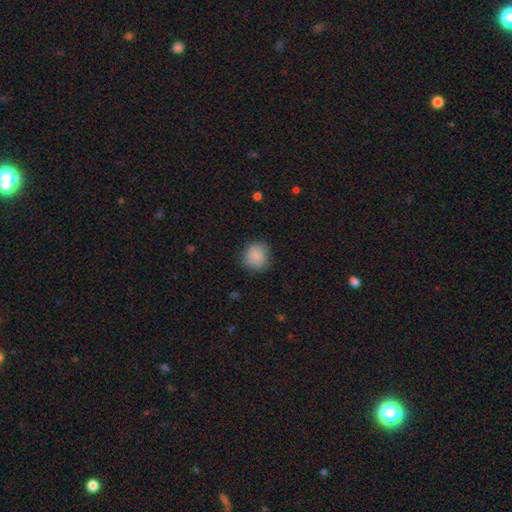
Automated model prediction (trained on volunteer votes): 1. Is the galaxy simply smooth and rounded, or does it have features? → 86% smooth, 8% star or artifact, 5% featured or disk.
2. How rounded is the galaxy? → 88% round, 11% in between, 1% cigar-shaped.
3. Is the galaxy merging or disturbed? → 80% none, 15% minor disturbance, 4% major disturbance, 1% merger.